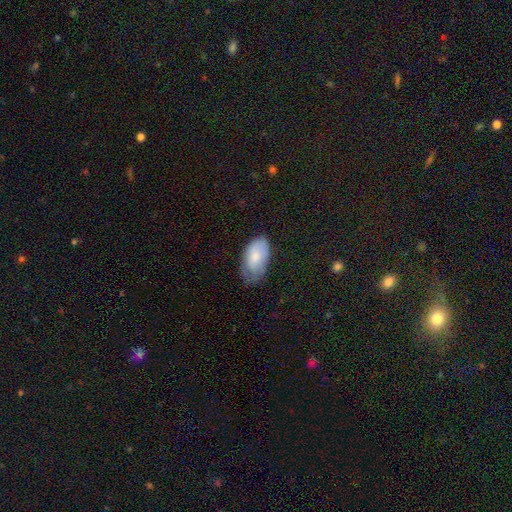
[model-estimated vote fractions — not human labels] smooth 72%, featured or disk 22%, star or artifact 6%. Down the decision tree: how rounded — in between (94%); merging — none (49%).